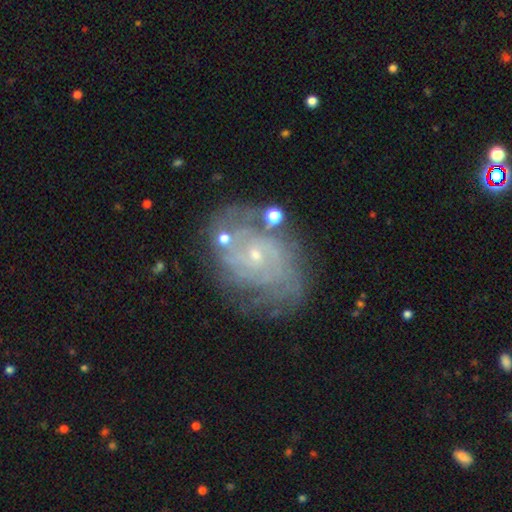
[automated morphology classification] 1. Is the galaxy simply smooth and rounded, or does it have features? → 82% featured or disk, 10% smooth, 8% star or artifact.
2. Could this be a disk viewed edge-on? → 97% no, 3% yes.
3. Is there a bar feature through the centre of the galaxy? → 73% no, 22% weak, 5% strong.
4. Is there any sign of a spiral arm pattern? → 91% yes, 9% no.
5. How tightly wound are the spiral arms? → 65% tight, 27% medium, 8% loose.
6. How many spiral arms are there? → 41% can't tell, 22% 2, 13% 3, 11% 4, 8% more than 4, 6% 1.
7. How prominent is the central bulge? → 83% small, 12% moderate, 2% none, 1% large, 1% dominant.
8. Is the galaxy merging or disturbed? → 67% none, 19% minor disturbance, 9% major disturbance, 5% merger.